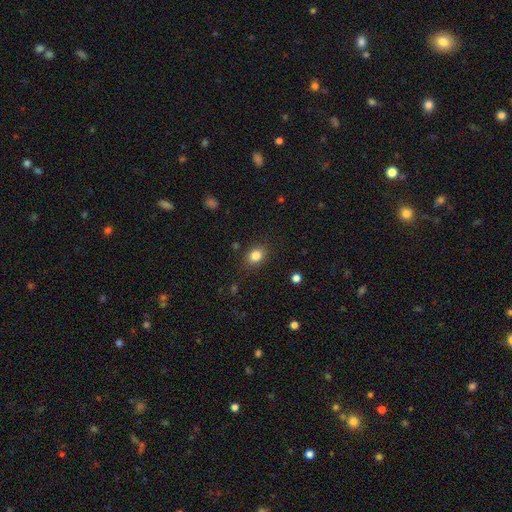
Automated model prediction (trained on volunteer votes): A smooth galaxy with no disk features (82%) that is in between round and cigar-shaped (57%).

Vote fractions:
- Smooth or featured? smooth: 82% / star or artifact: 11% / featured or disk: 7%
- How rounded? in between: 57% / round: 42% / cigar-shaped: 1%
- Merging? none: 84% / minor disturbance: 11% / major disturbance: 3% / merger: 1%